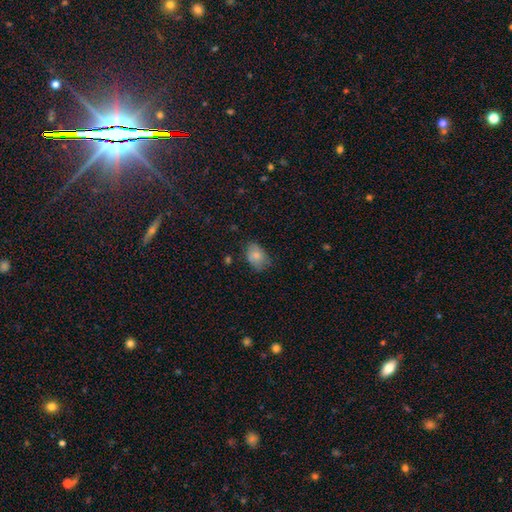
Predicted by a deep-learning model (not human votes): Morphology: type=smooth (79%); roundness=in between (77%); merging=none (64%).